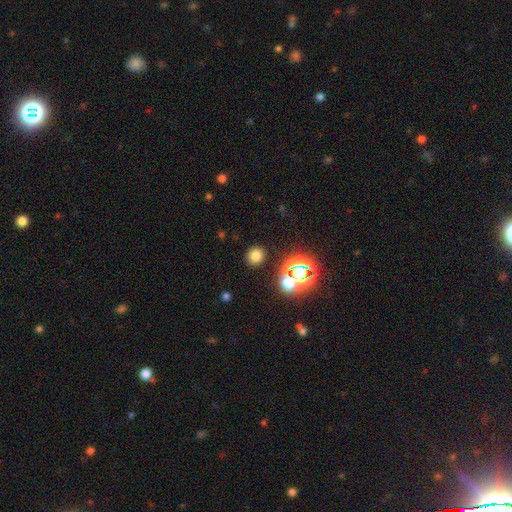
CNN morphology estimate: type=smooth (72%); roundness=round (86%); merging=none (87%).